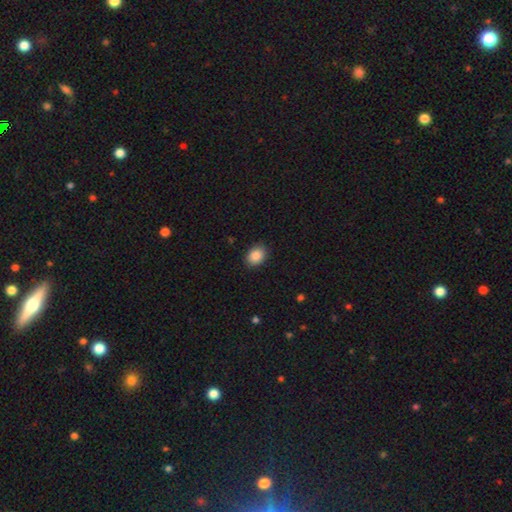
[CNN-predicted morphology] smooth 89%, star or artifact 8%, featured or disk 4%. Down the decision tree: how rounded — in between (70%); merging — none (88%).